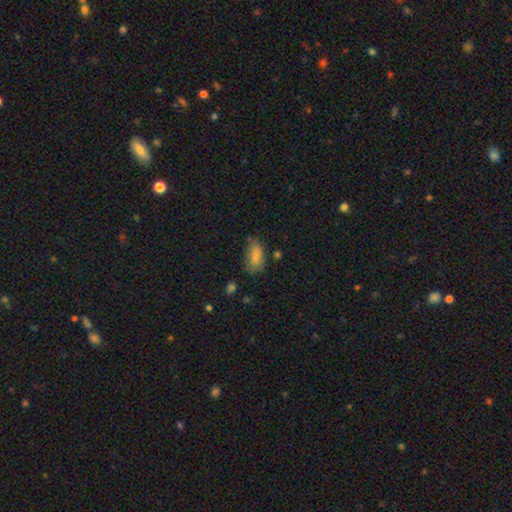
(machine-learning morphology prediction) smooth 81%, featured or disk 11%, star or artifact 8%. Down the decision tree: how rounded — in between (89%); merging — none (62%).